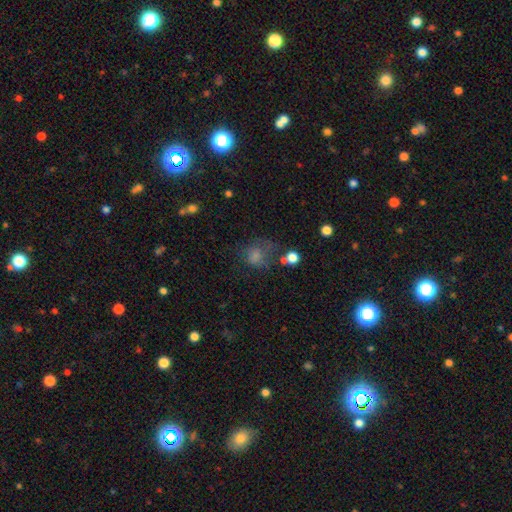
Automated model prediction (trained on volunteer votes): Smooth or featured? smooth (52%)
How rounded? round (69%)
Merging? none (52%)